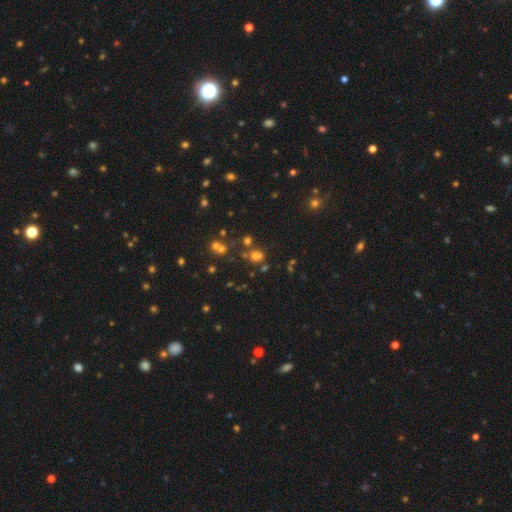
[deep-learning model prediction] Smooth or featured? Predicted: smooth (p=0.60). How rounded? Predicted: round (p=0.64). Merging? Predicted: none (p=0.64).